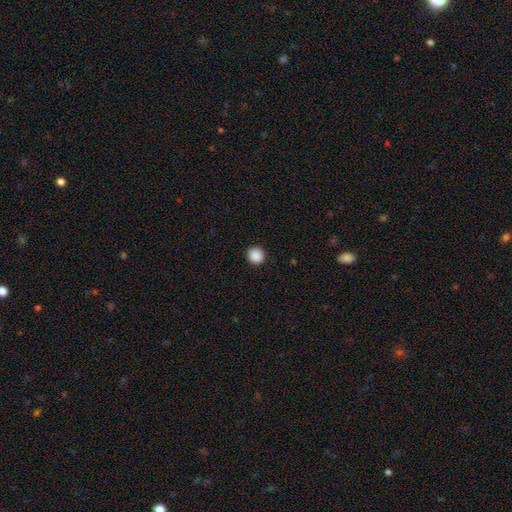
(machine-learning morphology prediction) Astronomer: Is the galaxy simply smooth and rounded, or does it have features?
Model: smooth — 89%.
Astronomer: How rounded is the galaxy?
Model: round — 95%.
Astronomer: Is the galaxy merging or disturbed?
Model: none — 93%.